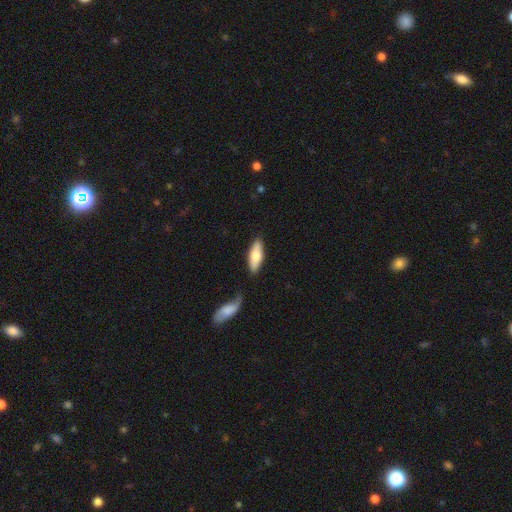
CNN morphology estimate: smooth-or-featured: smooth: 68% | featured or disk: 27% | star or artifact: 5%
  how-rounded: in between: 65% | cigar-shaped: 33% | round: 2%
  merging: none: 79% | minor disturbance: 13% | merger: 5% | major disturbance: 3%